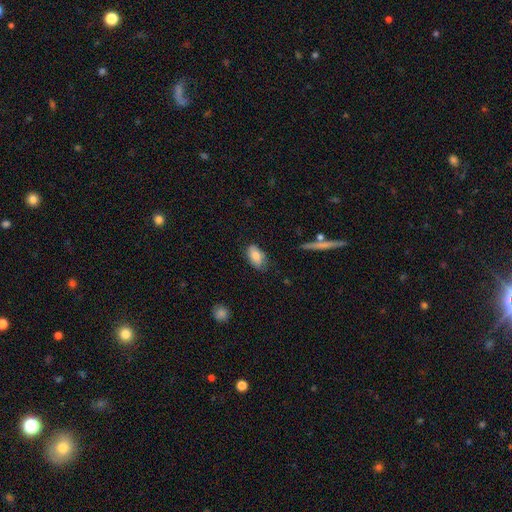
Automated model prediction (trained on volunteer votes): Smooth or featured? smooth (82%)
How rounded? in between (92%)
Merging? none (71%)